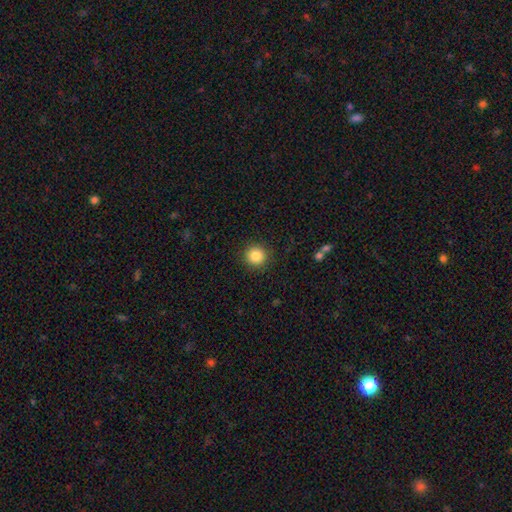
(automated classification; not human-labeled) smooth 86%, star or artifact 10%, featured or disk 5%. Down the decision tree: how rounded — round (94%); merging — none (91%).